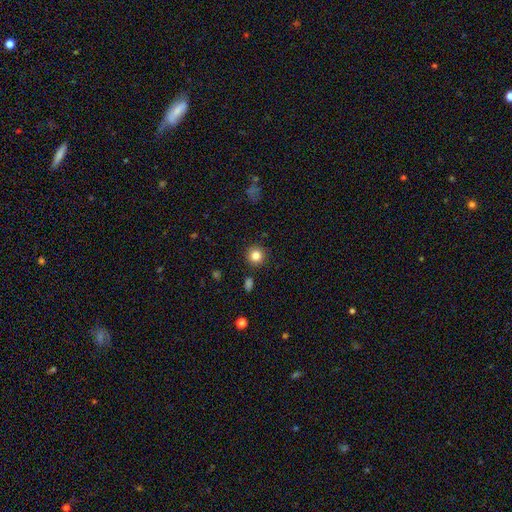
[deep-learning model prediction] smooth_or_featured: smooth (p=0.84) [alt: star or artifact p=0.11]
how_rounded: round (p=0.93) [alt: in between p=0.06]
merging: none (p=0.89) [alt: minor disturbance p=0.06]